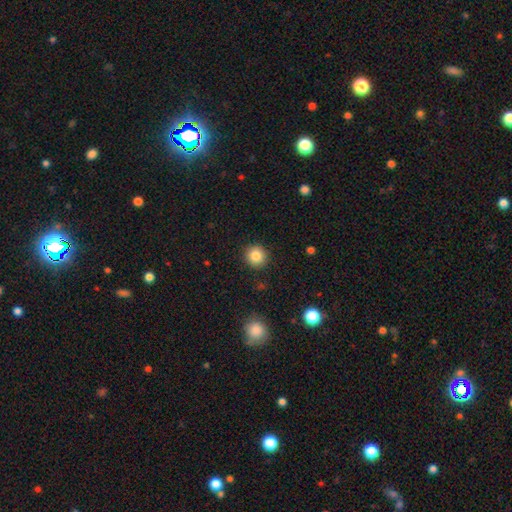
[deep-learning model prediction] Overall: smooth (84%). How rounded: round (93%). Merging: none (91%).